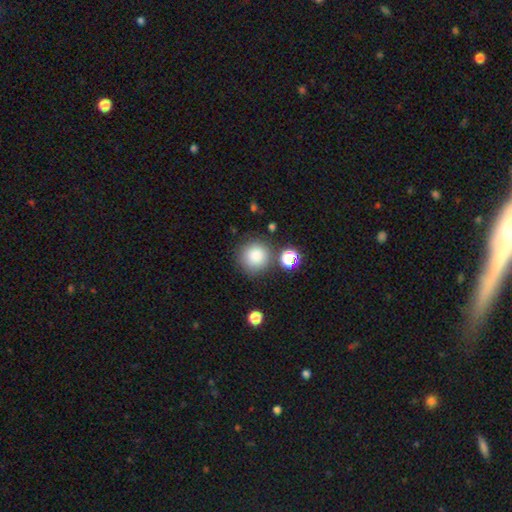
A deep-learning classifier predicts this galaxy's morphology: Smooth or featured? Predicted: smooth (p=0.83). How rounded? Predicted: round (p=0.94). Merging? Predicted: none (p=0.79).